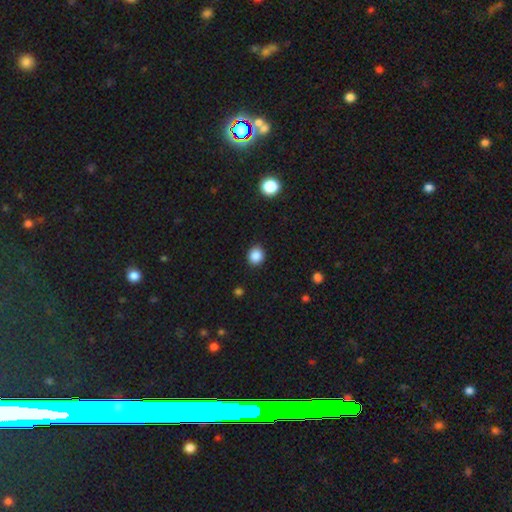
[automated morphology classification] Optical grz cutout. It shows a smooth galaxy with no disk features (87%) that is round (81%). Merging: none (90%).